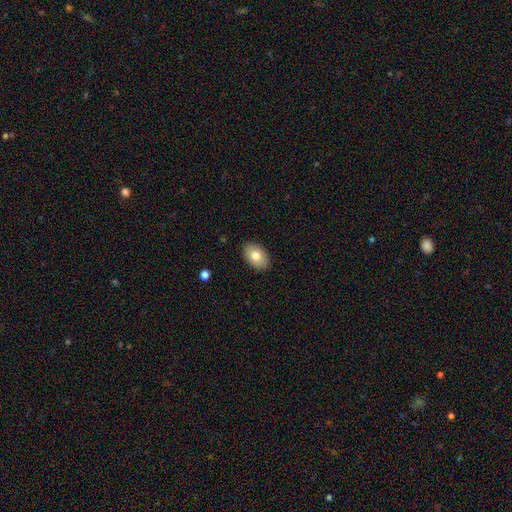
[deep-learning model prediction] Morphology: type=smooth (79%); roundness=in between (88%); merging=none (88%).